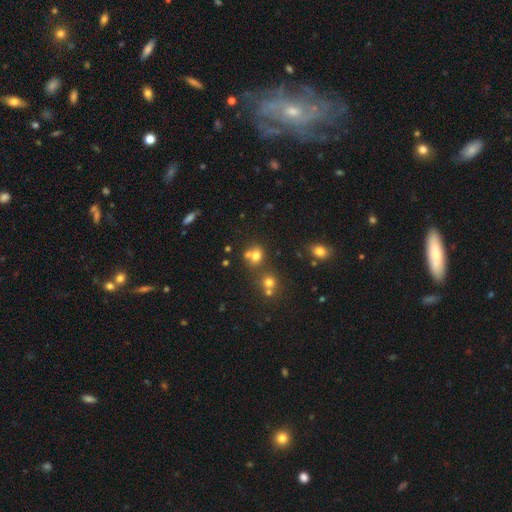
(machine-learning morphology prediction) Smooth or featured? Predicted: smooth (p=0.69). How rounded? Predicted: round (p=0.64). Merging? Predicted: none (p=0.47).